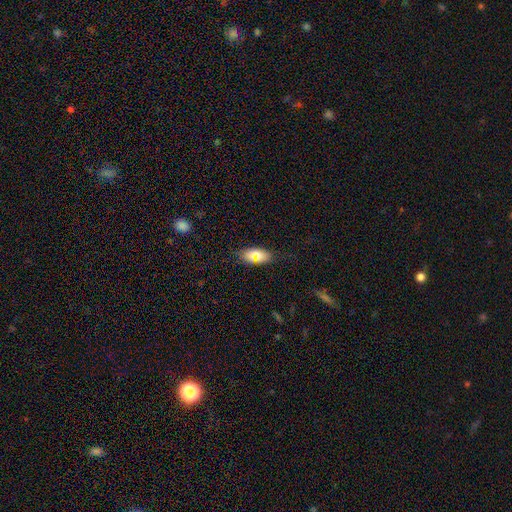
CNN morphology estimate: smooth 72%, star or artifact 17%, featured or disk 11%. Down the decision tree: how rounded — in between (88%); merging — none (82%).